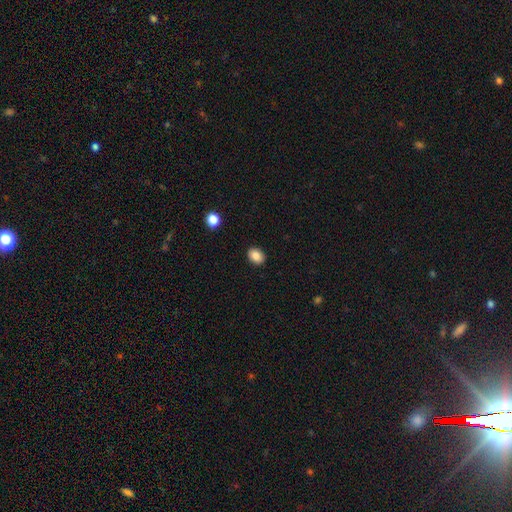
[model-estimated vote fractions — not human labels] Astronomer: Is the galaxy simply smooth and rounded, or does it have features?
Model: smooth — 87%.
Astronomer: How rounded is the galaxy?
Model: in between — 61% (runner-up: round, 38%).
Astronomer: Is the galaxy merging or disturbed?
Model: none — 90%.